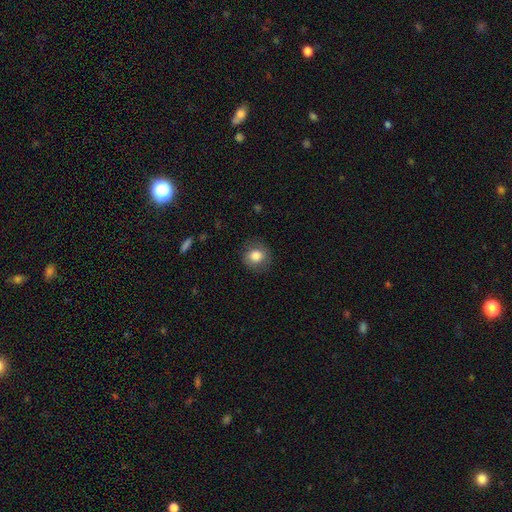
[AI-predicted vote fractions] Smooth or featured: smooth — 82% (featured or disk — 9%)
How rounded: round — 79% (in between — 20%)
Merging: none — 82% (minor disturbance — 12%)